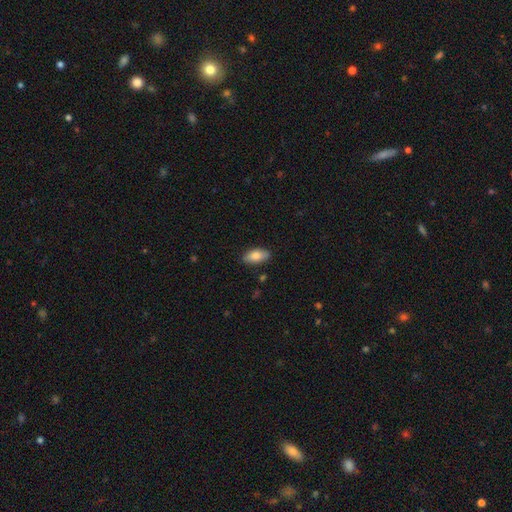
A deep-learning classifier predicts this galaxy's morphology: smooth_or_featured: smooth (p=0.84) [alt: featured or disk p=0.10]
how_rounded: in between (p=0.91) [alt: cigar-shaped p=0.07]
merging: none (p=0.85) [alt: minor disturbance p=0.12]